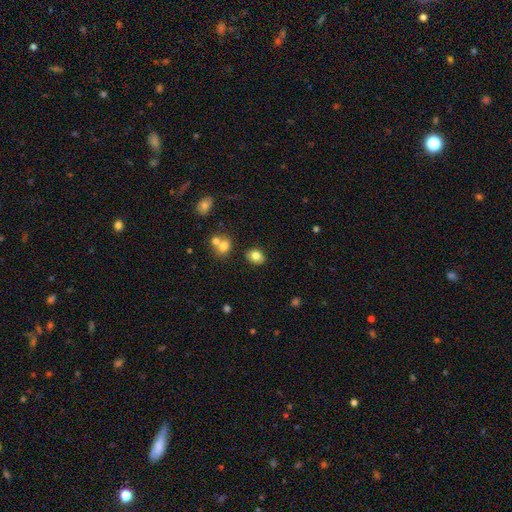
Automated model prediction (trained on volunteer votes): smooth-or-featured: smooth: 81% | star or artifact: 11% | featured or disk: 9%
  how-rounded: in between: 55% | round: 44% | cigar-shaped: 1%
  merging: none: 80% | minor disturbance: 11% | merger: 6% | major disturbance: 3%